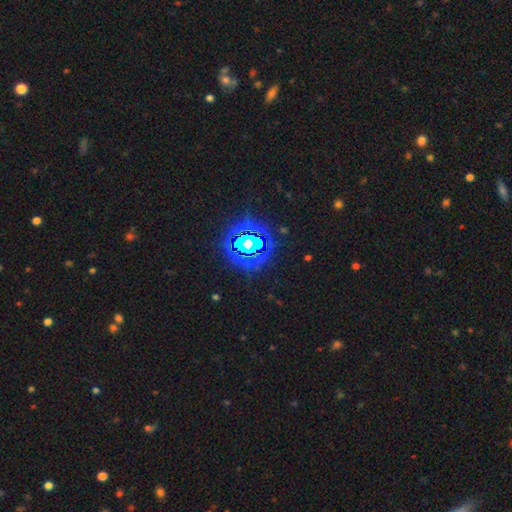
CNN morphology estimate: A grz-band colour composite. It shows a star or artifact, not a galaxy (84%).